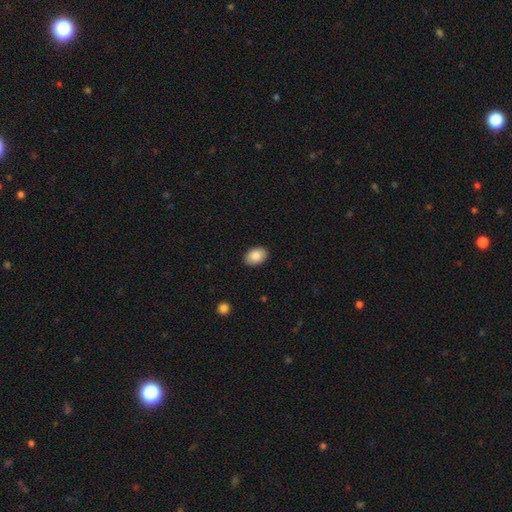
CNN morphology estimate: Overall: smooth (86%). How rounded: in between (83%). Merging: none (90%).